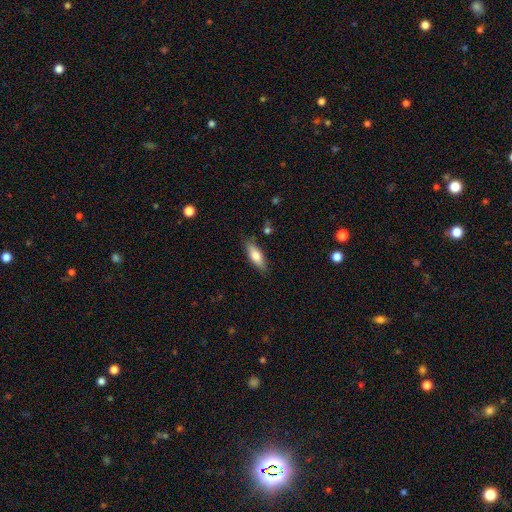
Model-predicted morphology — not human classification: Smooth or featured? Predicted: smooth (p=0.73). How rounded? Predicted: in between (p=0.62). Merging? Predicted: none (p=0.83).